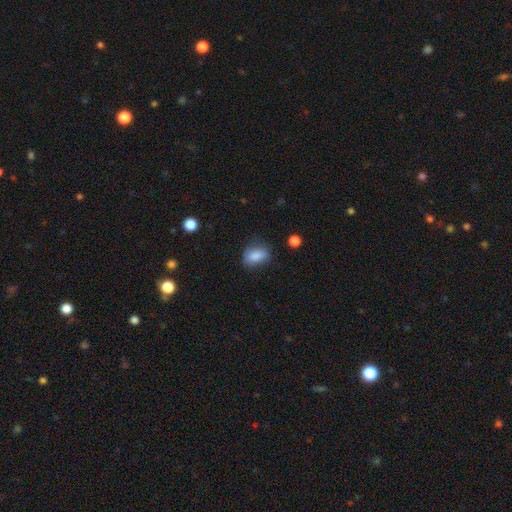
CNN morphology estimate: Smooth or featured: smooth — 85% (star or artifact — 8%)
How rounded: in between — 83% (round — 14%)
Merging: none — 70% (minor disturbance — 23%)